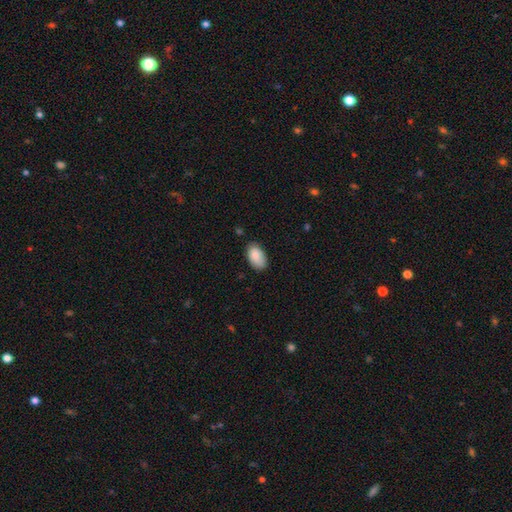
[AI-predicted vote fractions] smooth 88%, star or artifact 6%, featured or disk 6%. Down the decision tree: how rounded — in between (94%); merging — none (75%).